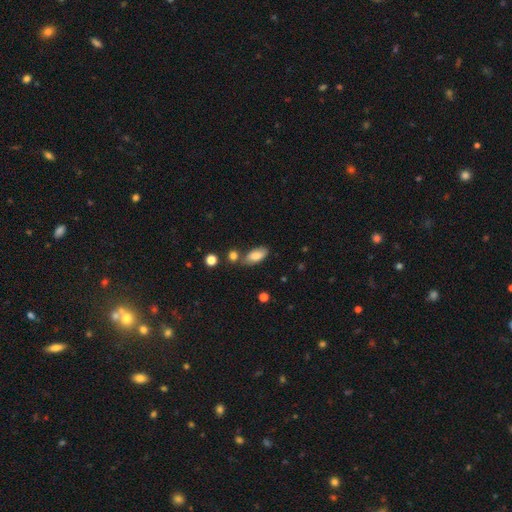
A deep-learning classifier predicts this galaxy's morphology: A smooth galaxy with no disk features (83%) that is in between round and cigar-shaped (87%).

Vote fractions:
- Smooth or featured? smooth: 83% / featured or disk: 10% / star or artifact: 7%
- How rounded? in between: 87% / cigar-shaped: 10% / round: 3%
- Merging? none: 65% / minor disturbance: 17% / merger: 14% / major disturbance: 5%